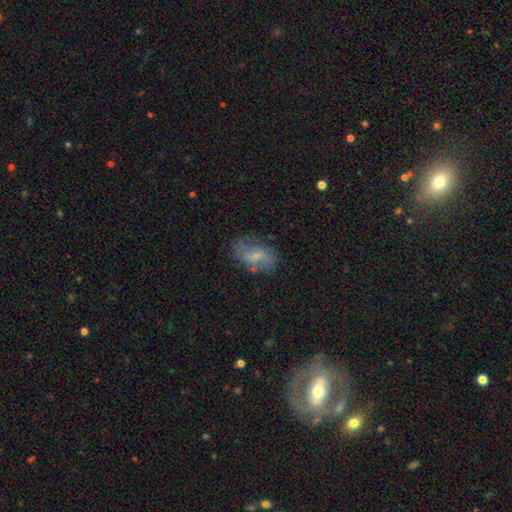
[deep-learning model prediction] This appears to be a featured or disk galaxy (53%) with a weak bar (49%), spiral arms (76%) and a small central bulge (58%). Merging: none (66%).